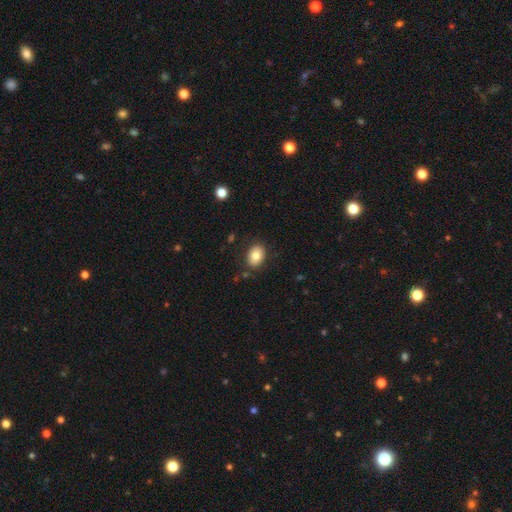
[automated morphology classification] type=smooth (81%); roundness=in between (73%); merging=none (85%).